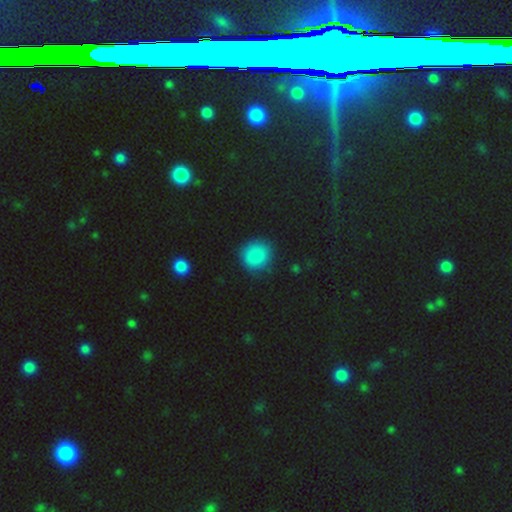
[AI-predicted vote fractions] smooth-or-featured: smooth: 85% | star or artifact: 11% | featured or disk: 4%
  how-rounded: round: 89% | in between: 10% | cigar-shaped: 1%
  merging: none: 84% | minor disturbance: 11% | major disturbance: 3% | merger: 2%